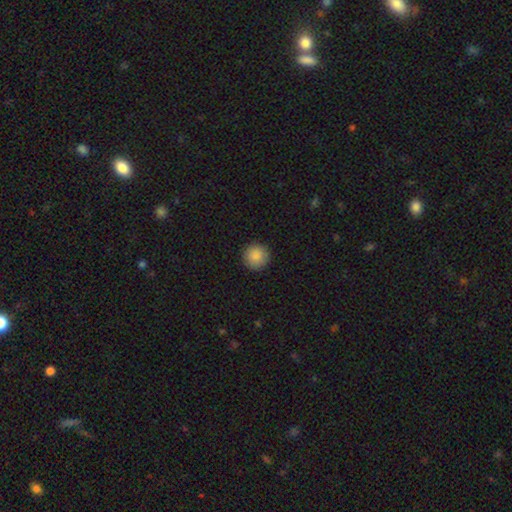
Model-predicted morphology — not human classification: Smooth or featured? Predicted: smooth (p=0.88). How rounded? Predicted: round (p=0.96). Merging? Predicted: none (p=0.92).